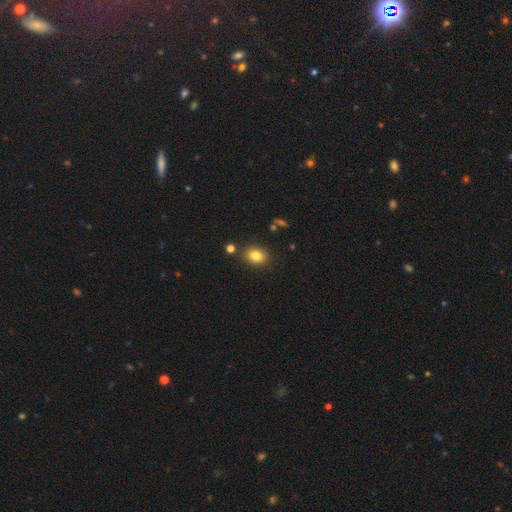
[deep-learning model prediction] A smooth galaxy with no disk features (83%) that is in between round and cigar-shaped (65%). Merging: none (82%).